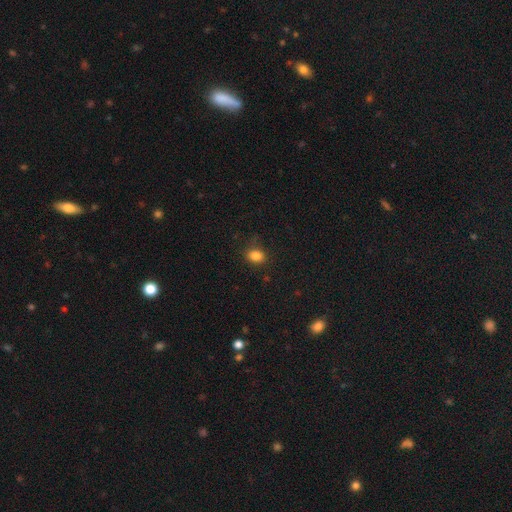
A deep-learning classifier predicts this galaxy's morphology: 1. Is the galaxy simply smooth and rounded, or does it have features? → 84% smooth, 11% star or artifact, 5% featured or disk.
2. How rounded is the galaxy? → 63% in between, 35% round, 1% cigar-shaped.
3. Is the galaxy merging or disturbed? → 81% none, 14% minor disturbance, 4% major disturbance, 1% merger.